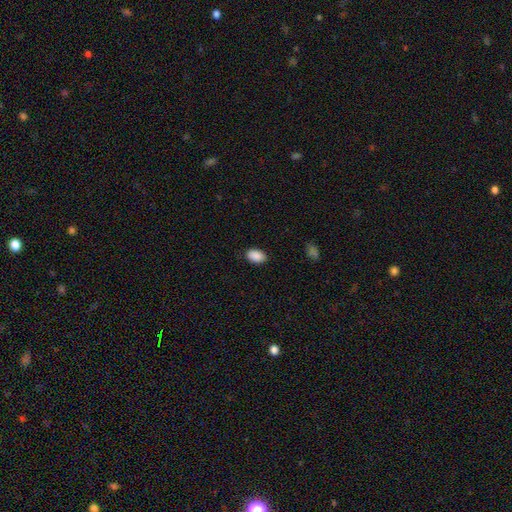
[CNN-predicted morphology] This appears to be a smooth galaxy with no disk features (90%) that is in between round and cigar-shaped (90%). Merging: none (87%).